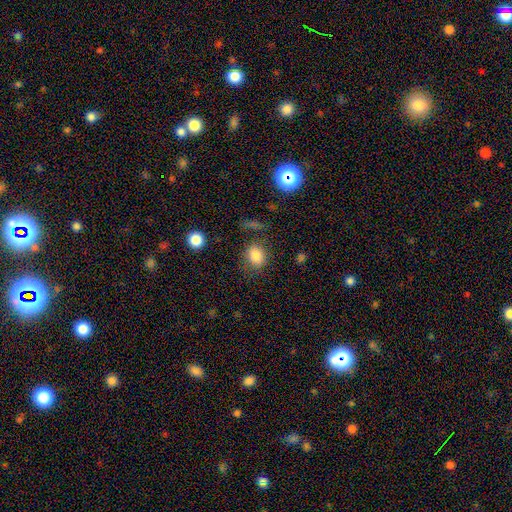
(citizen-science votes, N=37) Volunteers were most divided on "how rounded": round: 60%, in between: 40%, cigar-shaped: 0%. More confident: smooth or featured — smooth (81%); merging — none (65%).